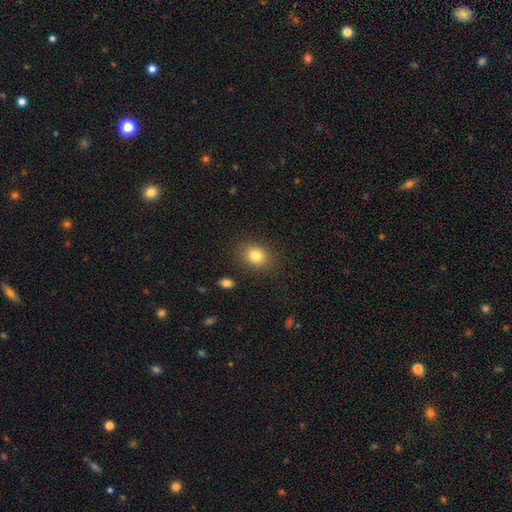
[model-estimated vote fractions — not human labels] Smooth or featured?
  - smooth: 82% *
  - star or artifact: 10%
  - featured or disk: 8%
How rounded?
  - in between: 54% *
  - round: 45%
  - cigar-shaped: 1%
Merging?
  - none: 85% *
  - minor disturbance: 10%
  - major disturbance: 3%
  - merger: 2%